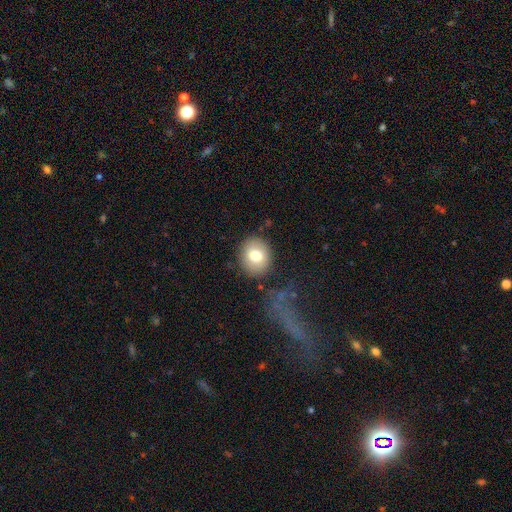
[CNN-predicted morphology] Smooth or featured?
  - smooth: 77% *
  - featured or disk: 14%
  - star or artifact: 9%
How rounded?
  - round: 77% *
  - in between: 22%
  - cigar-shaped: 1%
Merging?
  - none: 84% *
  - minor disturbance: 10%
  - major disturbance: 4%
  - merger: 3%